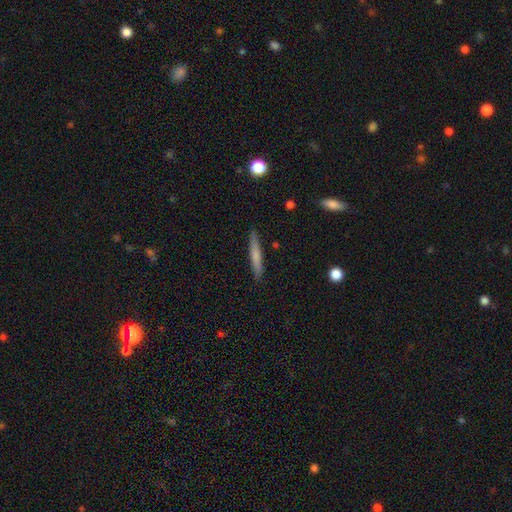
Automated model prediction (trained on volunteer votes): A smooth galaxy with no disk features (66%) that is cigar-shaped (95%). Merging: none (90%).